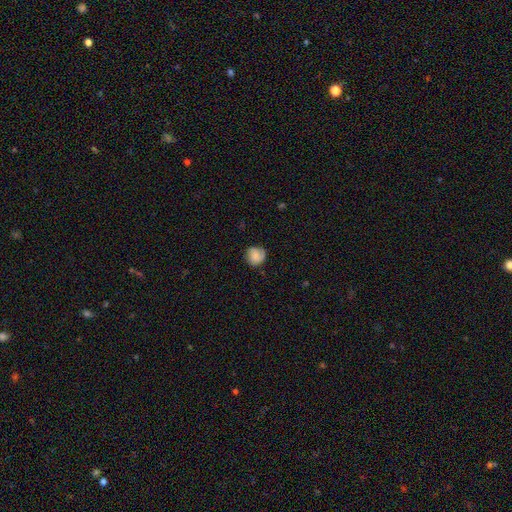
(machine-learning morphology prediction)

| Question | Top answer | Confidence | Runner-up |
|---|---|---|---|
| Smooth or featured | smooth | 72% | featured or disk (20%) |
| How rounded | round | 85% | in between (14%) |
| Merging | none | 73% | minor disturbance (20%) |